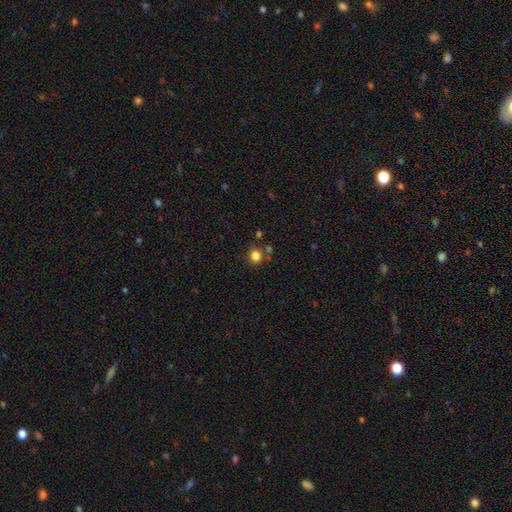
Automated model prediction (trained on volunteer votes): smooth-or-featured: smooth: 81% | star or artifact: 13% | featured or disk: 5%
  how-rounded: round: 75% | in between: 24% | cigar-shaped: 1%
  merging: none: 76% | minor disturbance: 11% | merger: 10% | major disturbance: 4%